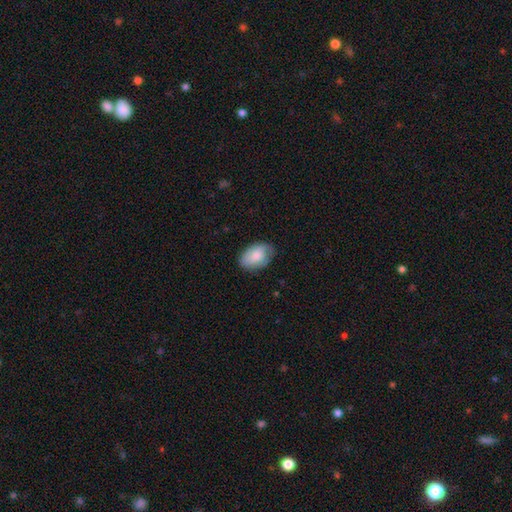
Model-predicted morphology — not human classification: smooth_or_featured: smooth (p=0.77) [alt: featured or disk p=0.17]
how_rounded: in between (p=0.90) [alt: round p=0.09]
merging: none (p=0.75) [alt: minor disturbance p=0.19]